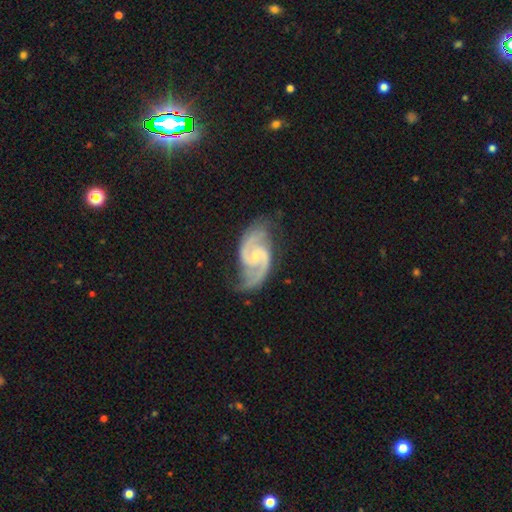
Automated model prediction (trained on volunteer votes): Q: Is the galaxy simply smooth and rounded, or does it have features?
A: featured or disk — 93%.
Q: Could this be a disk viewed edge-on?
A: no — 98%.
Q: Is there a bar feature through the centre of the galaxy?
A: no — 44%, tied with weak.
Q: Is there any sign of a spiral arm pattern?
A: yes — 98%.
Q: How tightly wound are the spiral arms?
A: medium — 61%.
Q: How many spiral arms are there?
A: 2 — 92%.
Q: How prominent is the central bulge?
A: small — 65%.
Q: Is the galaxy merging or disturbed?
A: none — 73%.